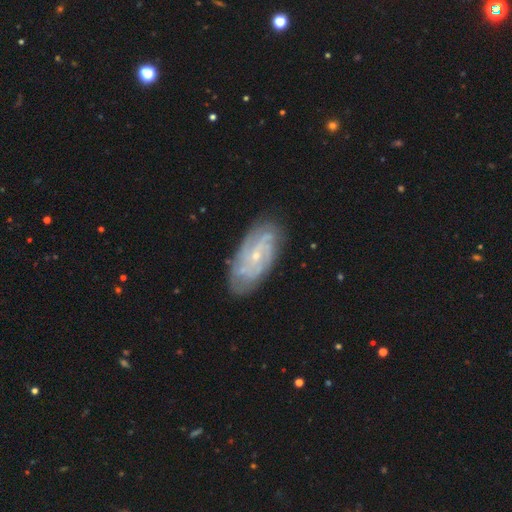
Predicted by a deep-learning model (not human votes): Smooth or featured? featured or disk (78%)
Edge-on disk? no (93%)
Bar? no (63%)
Spiral arms? yes (92%)
Spiral winding? tight (56%)
Spiral arm count? can't tell (39%)
Bulge size? small (77%)
Merging? none (78%)